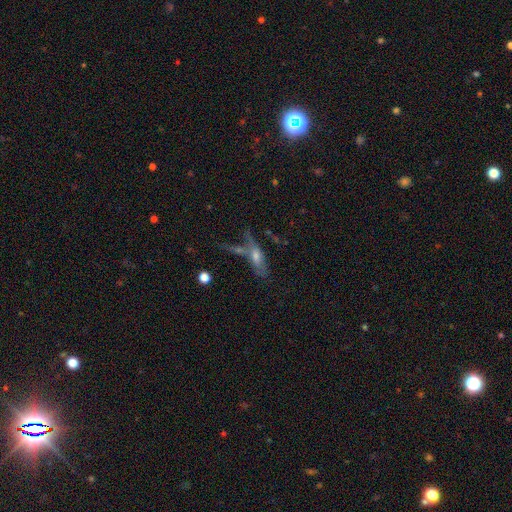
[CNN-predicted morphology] featured or disk 49%, smooth 40%, star or artifact 12%. Down the decision tree: merging — none (42%).